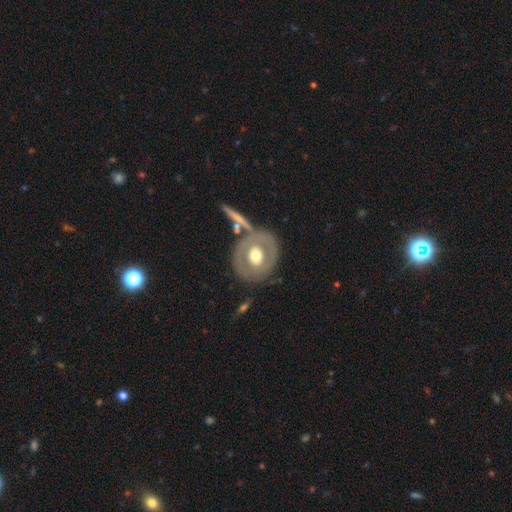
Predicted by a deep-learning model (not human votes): Smooth or featured? Predicted: featured or disk (p=0.51). Edge-on disk? Predicted: no (p=0.92). Merging? Predicted: none (p=0.74).